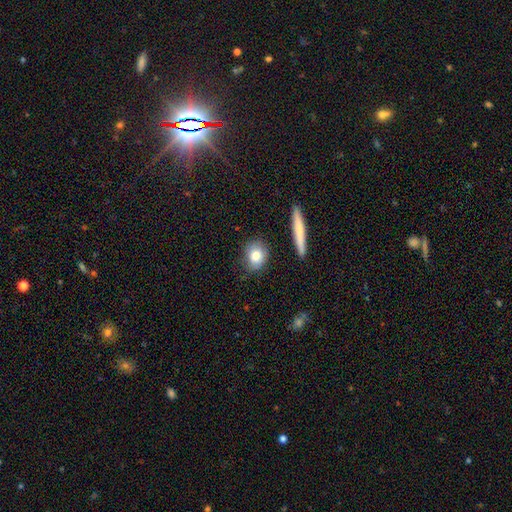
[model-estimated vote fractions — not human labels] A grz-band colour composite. It shows a smooth galaxy with no disk features (78%) that is round (61%). Merging: none (76%).